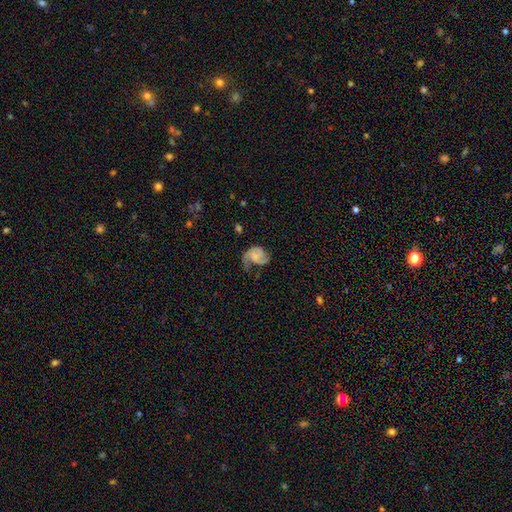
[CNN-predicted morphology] Smooth or featured: featured or disk — 67% (smooth — 26%)
Edge-on disk: no — 98% (yes — 2%)
Bar: no — 59% (weak — 33%)
Spiral arms: yes — 89% (no — 11%)
Spiral winding: medium — 44% (loose — 29%)
Spiral arm count: 2 — 56% (1 — 21%)
Bulge size: none — 44% (small — 27%)
Merging: major disturbance — 36% (none — 35%)